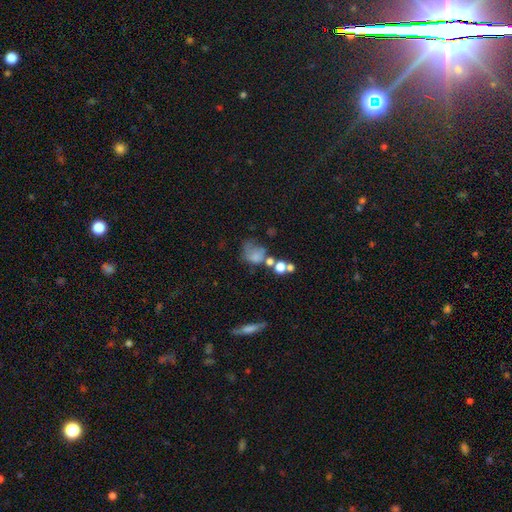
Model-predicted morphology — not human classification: Smooth or featured? smooth (59%)
How rounded? in between (52%)
Merging? major disturbance (35%)